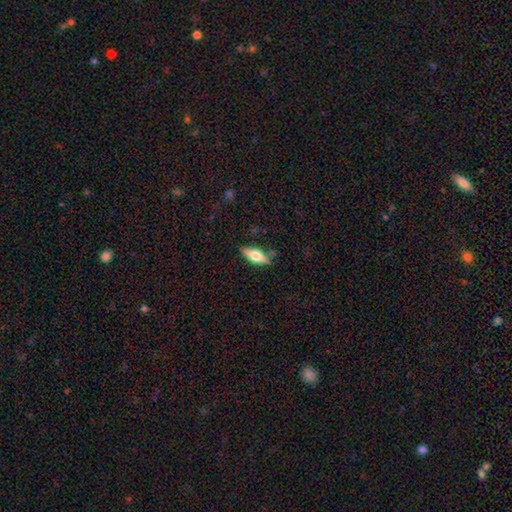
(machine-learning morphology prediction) A smooth galaxy with no disk features (58%) that is in between round and cigar-shaped (66%). Merging: none (78%).